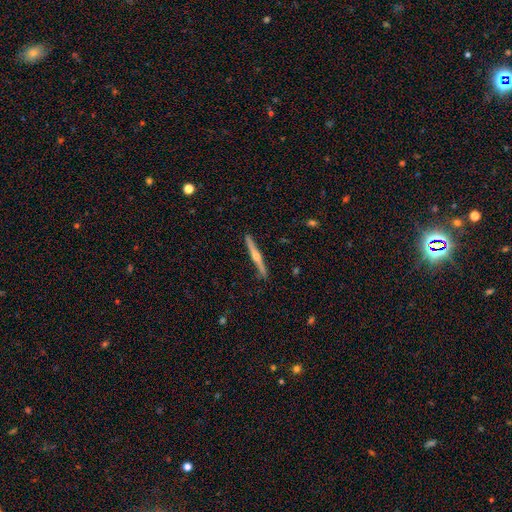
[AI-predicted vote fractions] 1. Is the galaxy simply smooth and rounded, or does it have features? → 75% featured or disk, 20% smooth, 5% star or artifact.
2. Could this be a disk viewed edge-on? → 98% yes, 2% no.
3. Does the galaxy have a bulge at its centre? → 90% rounded, 7% none, 4% boxy.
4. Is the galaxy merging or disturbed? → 91% none, 7% minor disturbance, 1% major disturbance, 1% merger.